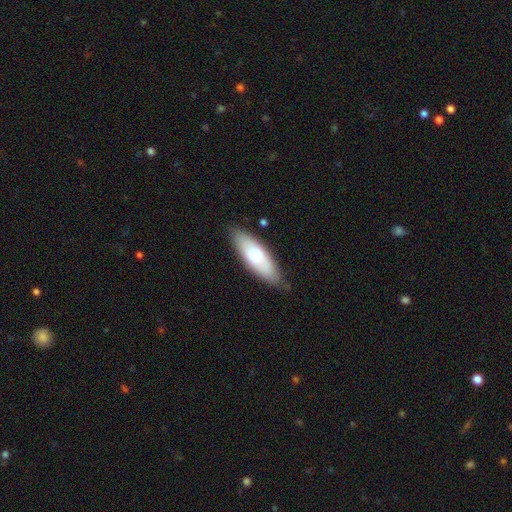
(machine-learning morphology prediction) smooth 72%, featured or disk 23%, star or artifact 6%. Down the decision tree: how rounded — in between (61%); merging — none (79%).